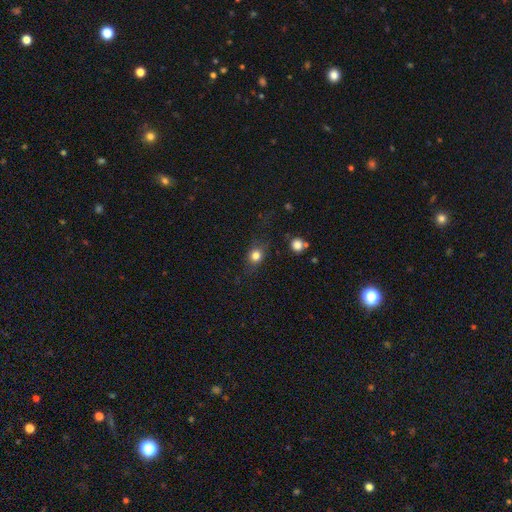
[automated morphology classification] A smooth galaxy with no disk features (80%) that is round (70%). Merging: none (79%).